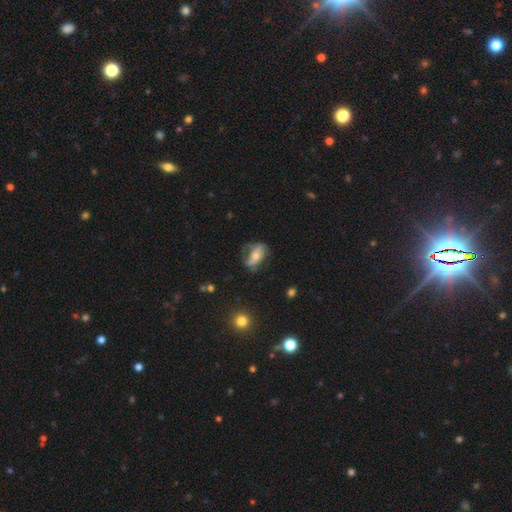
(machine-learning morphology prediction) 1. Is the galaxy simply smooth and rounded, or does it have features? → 49% featured or disk, 43% smooth, 9% star or artifact.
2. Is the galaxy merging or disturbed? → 45% none, 30% minor disturbance, 22% major disturbance, 3% merger.